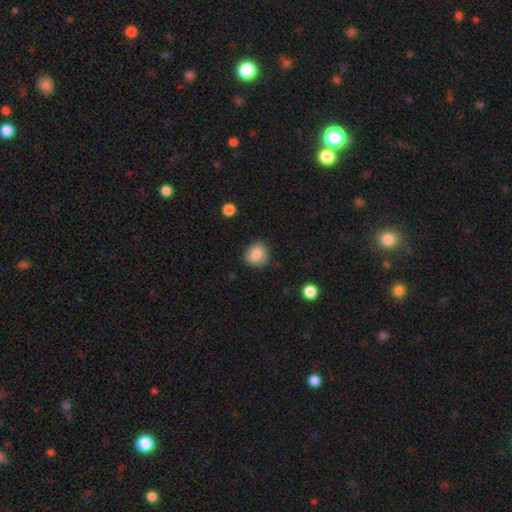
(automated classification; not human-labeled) smooth 87%, star or artifact 9%, featured or disk 5%. Down the decision tree: how rounded — round (77%); merging — none (79%).